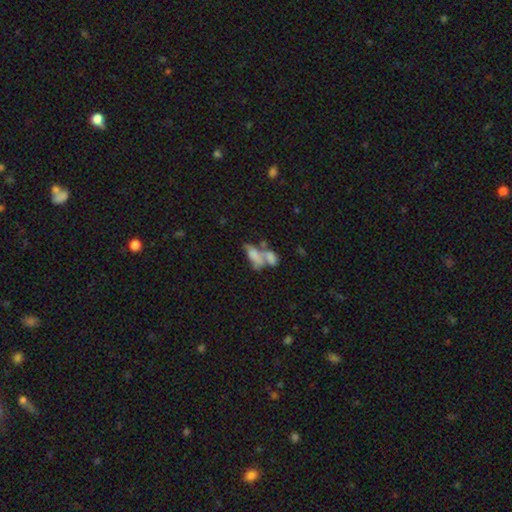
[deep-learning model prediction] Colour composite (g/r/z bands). It shows a smooth galaxy with no disk features (61%) that is in between round and cigar-shaped (80%). Merging: merger (63%).